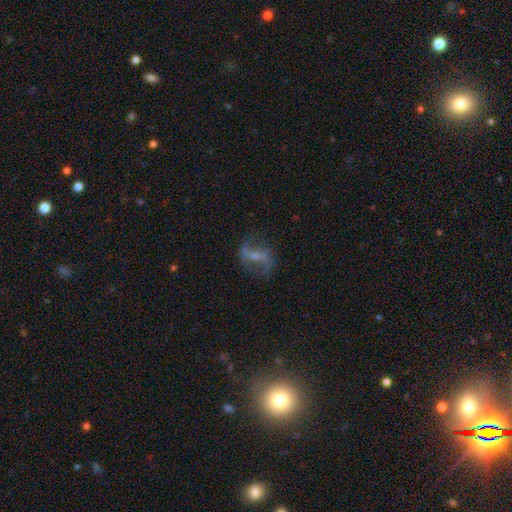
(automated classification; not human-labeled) Overall: featured or disk (72%). Edge-on disk: no (95%). Bar: weak (44%; strong 32%). Spiral arms: yes (83%). Spiral arm count: 2 (86%). Spiral winding: loose (71%). Bulge size: small (44%; none 29%). Merging: none (66%).